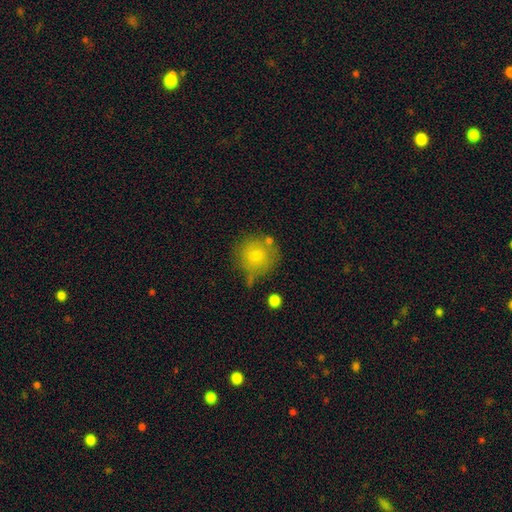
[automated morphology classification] Q: Smooth or featured?
A: smooth (75%); runner-up: featured or disk (15%)
Q: How rounded?
A: round (93%); runner-up: in between (6%)
Q: Merging?
A: none (65%); runner-up: minor disturbance (18%)